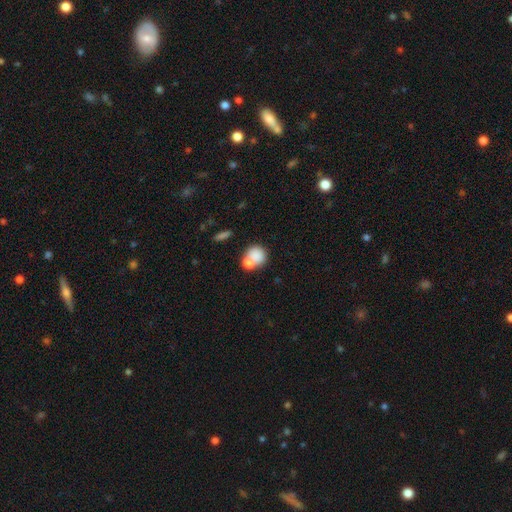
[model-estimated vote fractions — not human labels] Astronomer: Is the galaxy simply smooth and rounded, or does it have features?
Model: smooth — 79%.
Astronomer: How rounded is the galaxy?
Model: round — 75%.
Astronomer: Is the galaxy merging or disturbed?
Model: none — 43% (runner-up: merger, 40%).